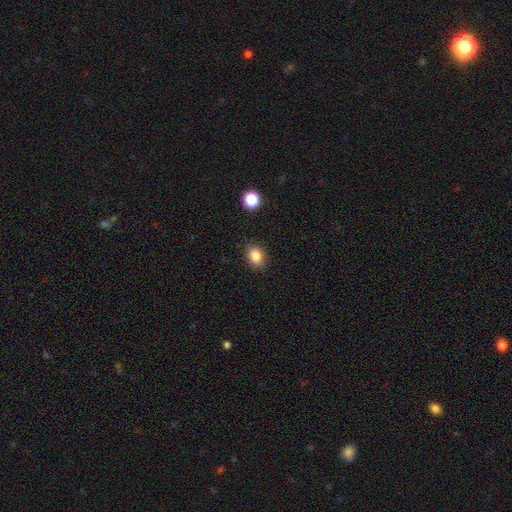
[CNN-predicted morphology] Smooth or featured? Predicted: smooth (p=0.85). How rounded? Predicted: in between (p=0.66). Merging? Predicted: none (p=0.86).